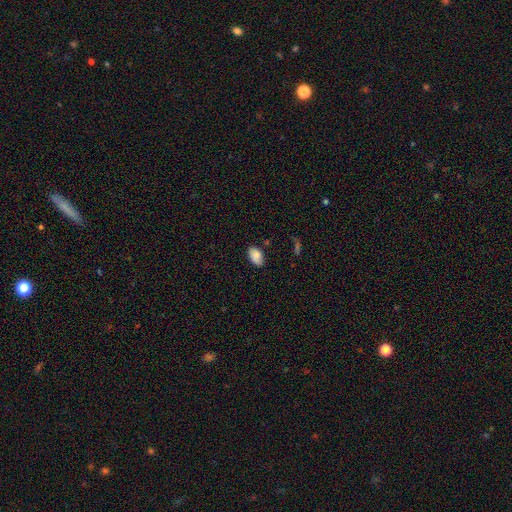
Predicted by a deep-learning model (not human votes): The model was most divided on "merging": none: 76%, minor disturbance: 18%, major disturbance: 3%, merger: 2%. More confident: how rounded — in between (93%); smooth or featured — smooth (83%).